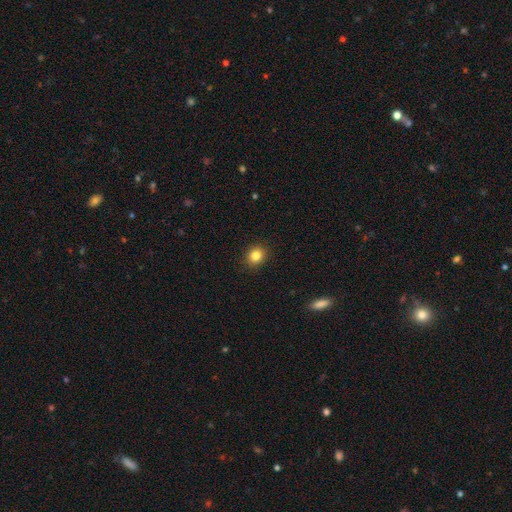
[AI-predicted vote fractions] smooth-or-featured: smooth: 84% | star or artifact: 11% | featured or disk: 5%
  how-rounded: round: 72% | in between: 27% | cigar-shaped: 1%
  merging: none: 90% | minor disturbance: 7% | major disturbance: 2% | merger: 1%